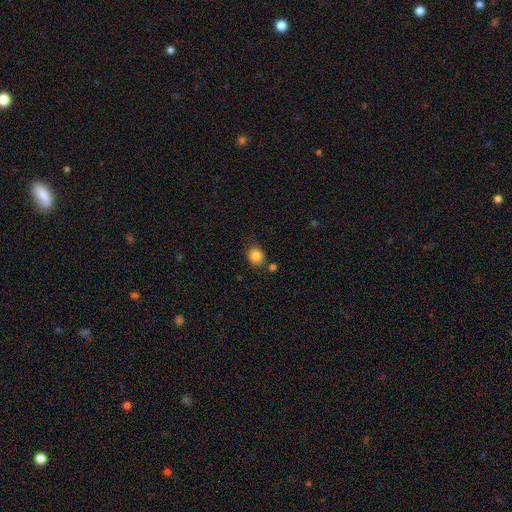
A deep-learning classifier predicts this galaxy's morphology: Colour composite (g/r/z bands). It shows a smooth galaxy with no disk features (86%) that is round (76%). Merging: none (78%).